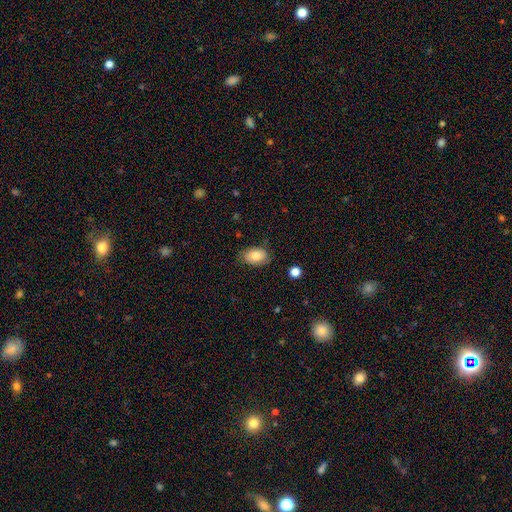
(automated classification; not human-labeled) smooth 79%, featured or disk 13%, star or artifact 7%. Down the decision tree: how rounded — in between (90%); merging — none (74%).